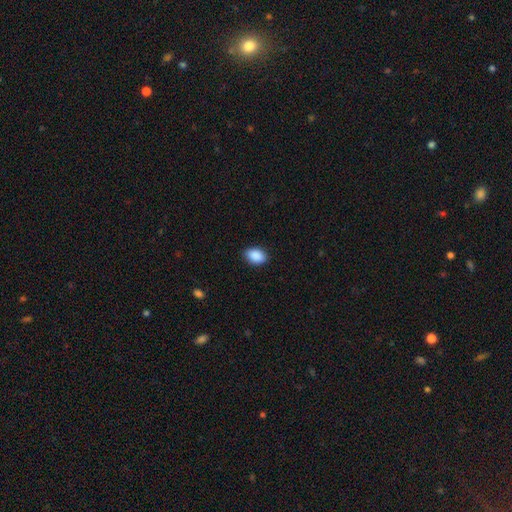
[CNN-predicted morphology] A smooth galaxy with no disk features (90%) that is in between round and cigar-shaped (85%).

Vote fractions:
- Smooth or featured? smooth: 90% / star or artifact: 7% / featured or disk: 3%
- How rounded? in between: 85% / round: 14% / cigar-shaped: 1%
- Merging? none: 87% / minor disturbance: 9% / major disturbance: 2% / merger: 1%